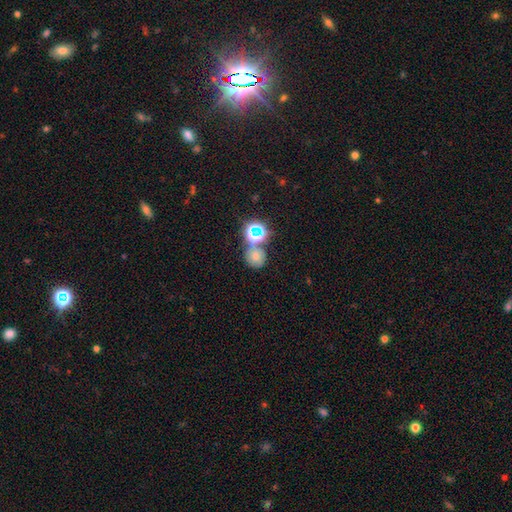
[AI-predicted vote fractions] Overall: smooth (60%; star or artifact 27%). How rounded: round (80%). Merging: none (53%; merger 31%).